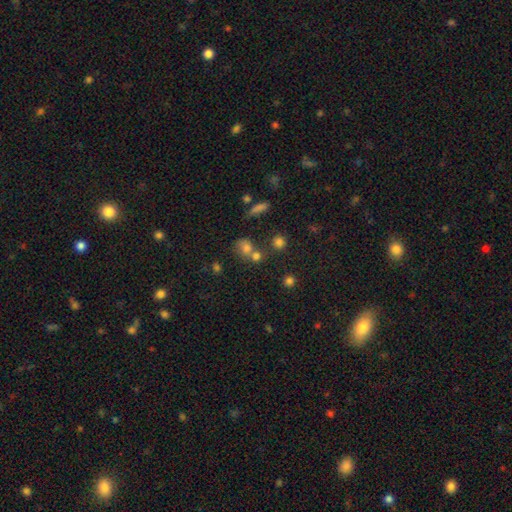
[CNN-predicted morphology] smooth_or_featured: smooth (p=0.69) [alt: star or artifact p=0.19]
how_rounded: round (p=0.74) [alt: in between p=0.24]
merging: none (p=0.43) [tied with: merger p=0.43]